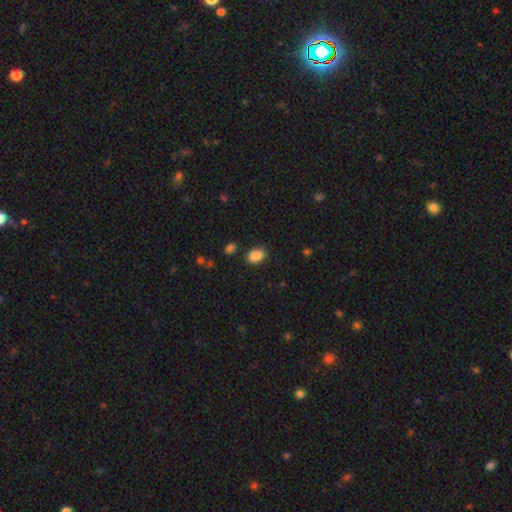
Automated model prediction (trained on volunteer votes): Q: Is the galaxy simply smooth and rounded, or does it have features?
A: smooth — 88%.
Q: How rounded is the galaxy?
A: in between — 79%.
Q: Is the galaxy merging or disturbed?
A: none — 84%.